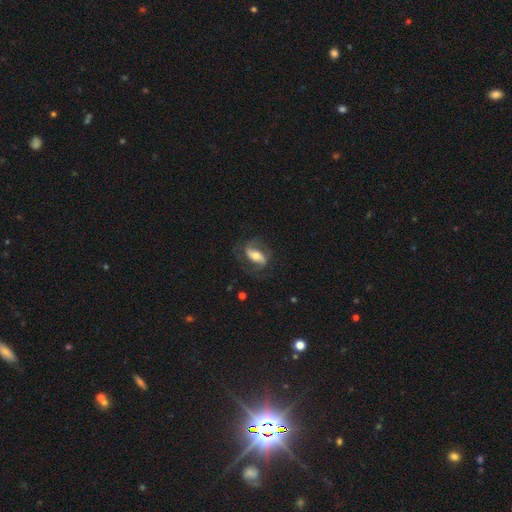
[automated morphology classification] Smooth or featured: featured or disk — 67% (smooth — 27%)
Edge-on disk: no — 91% (yes — 9%)
Bar: strong — 49% (weak — 28%)
Spiral arms: yes — 83% (no — 17%)
Spiral winding: medium — 47% (loose — 29%)
Spiral arm count: 2 — 85% (can't tell — 7%)
Bulge size: moderate — 57% (small — 21%)
Merging: none — 66% (minor disturbance — 17%)